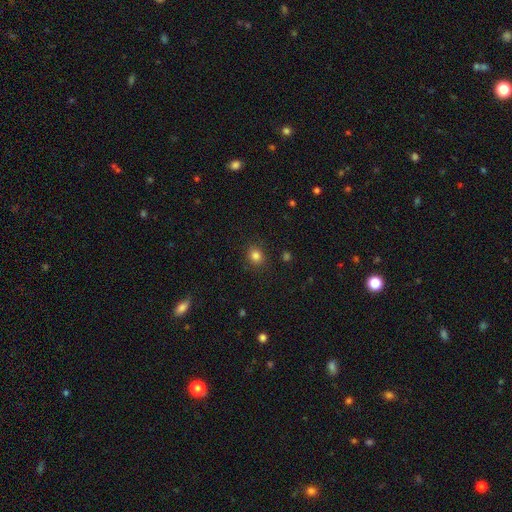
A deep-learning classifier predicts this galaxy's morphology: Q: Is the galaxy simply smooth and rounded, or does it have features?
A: smooth — 83%.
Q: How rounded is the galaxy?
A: round — 74%.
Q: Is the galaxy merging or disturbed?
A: none — 88%.